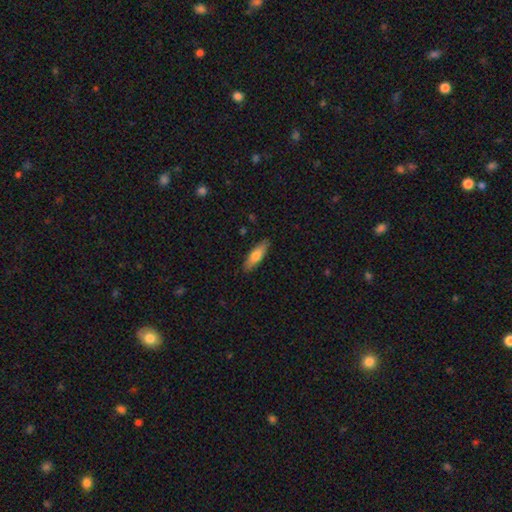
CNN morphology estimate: A smooth galaxy with no disk features (73%) that is cigar-shaped (50%). Merging: none (87%).